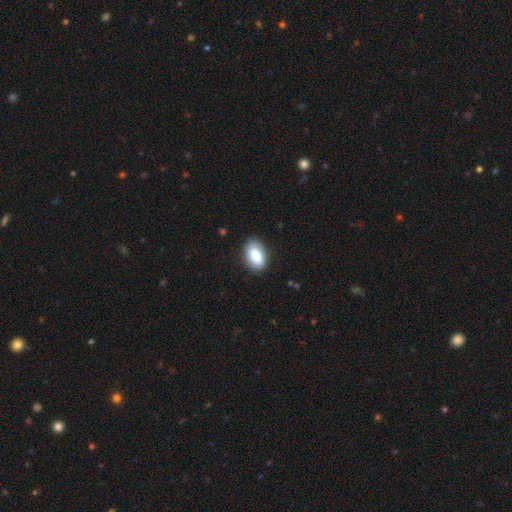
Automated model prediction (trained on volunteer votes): Smooth or featured? smooth (84%)
How rounded? in between (91%)
Merging? none (86%)